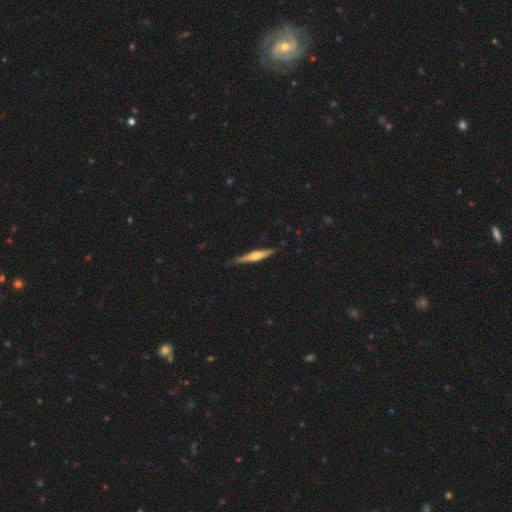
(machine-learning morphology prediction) featured or disk 66%, smooth 29%, star or artifact 5%. Down the decision tree: edge-on disk — yes (97%); edge-on bulge — rounded (85%); merging — none (84%).